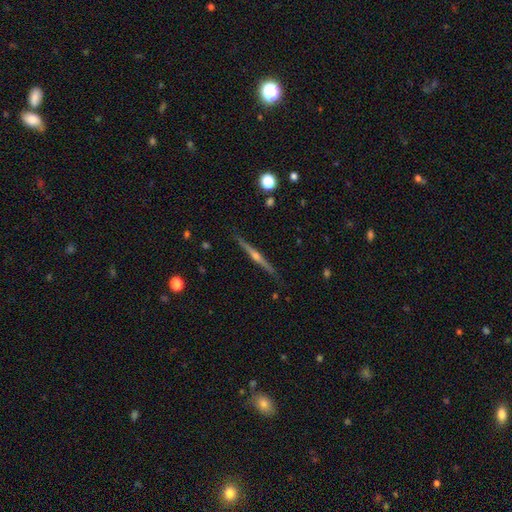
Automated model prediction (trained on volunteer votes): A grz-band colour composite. It shows a featured or disk galaxy (83%) viewed edge-on (98%) with a rounded central bulge (89%). Merging: none (91%).